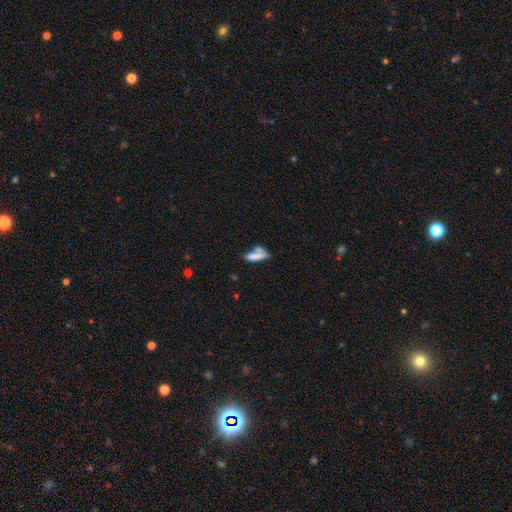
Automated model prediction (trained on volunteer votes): Smooth or featured? smooth (72%)
How rounded? in between (51%)
Merging? merger (49%)